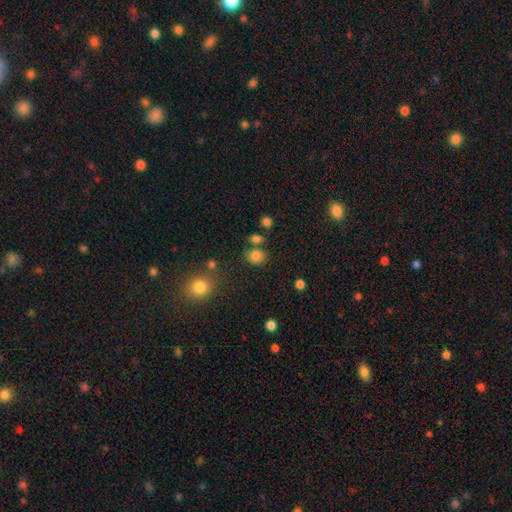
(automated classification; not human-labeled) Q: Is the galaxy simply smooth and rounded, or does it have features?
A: smooth — 82%.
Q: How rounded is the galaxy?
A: round — 67%.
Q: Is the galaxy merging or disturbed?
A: none — 71%.